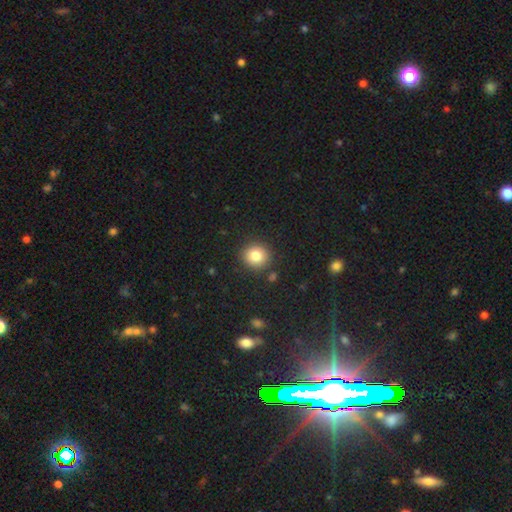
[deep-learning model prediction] Smooth or featured?
  - smooth: 81% *
  - star or artifact: 11%
  - featured or disk: 8%
How rounded?
  - round: 90% *
  - in between: 9%
  - cigar-shaped: 1%
Merging?
  - none: 89% *
  - minor disturbance: 7%
  - major disturbance: 2%
  - merger: 2%